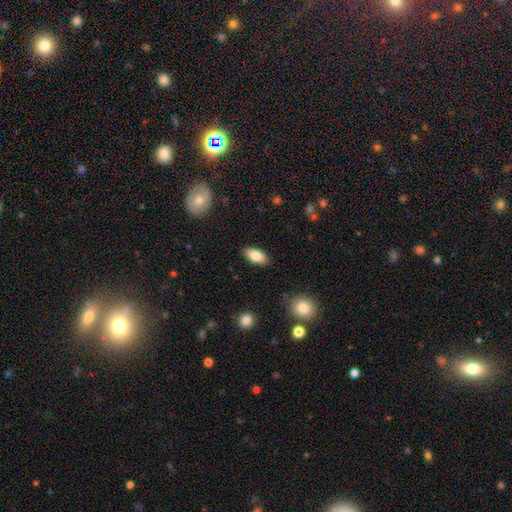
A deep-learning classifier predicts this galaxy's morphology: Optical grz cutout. It shows a smooth galaxy with no disk features (81%) that is in between round and cigar-shaped (90%). Merging: none (88%).